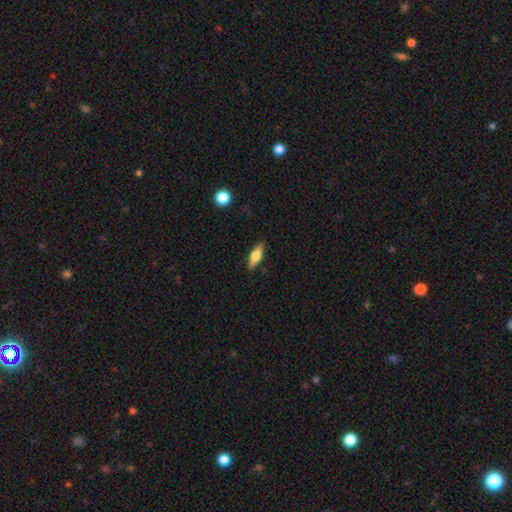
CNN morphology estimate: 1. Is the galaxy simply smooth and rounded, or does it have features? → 47% featured or disk, 46% smooth, 7% star or artifact.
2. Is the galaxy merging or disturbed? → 86% none, 10% minor disturbance, 2% major disturbance, 1% merger.